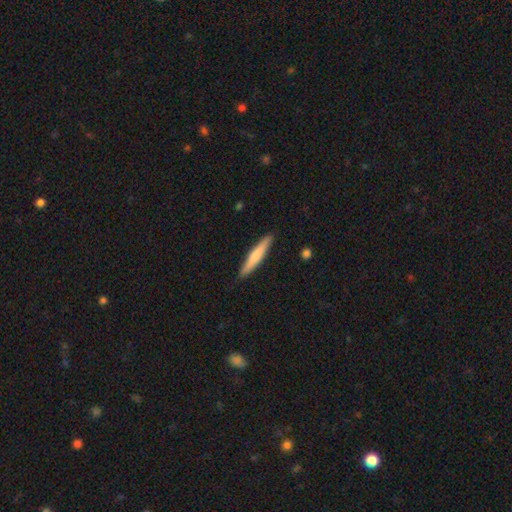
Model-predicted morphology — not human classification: smooth 66%, featured or disk 29%, star or artifact 5%. Down the decision tree: how rounded — cigar-shaped (92%); merging — none (89%).